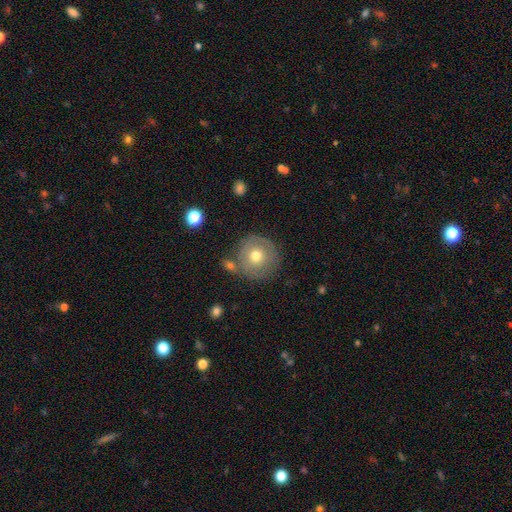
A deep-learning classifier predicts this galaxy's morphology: A smooth galaxy with no disk features (63%) that is round (94%).

Vote fractions:
- Smooth or featured? smooth: 63% / featured or disk: 28% / star or artifact: 8%
- How rounded? round: 94% / in between: 5% / cigar-shaped: 1%
- Merging? none: 71% / minor disturbance: 15% / merger: 9% / major disturbance: 6%